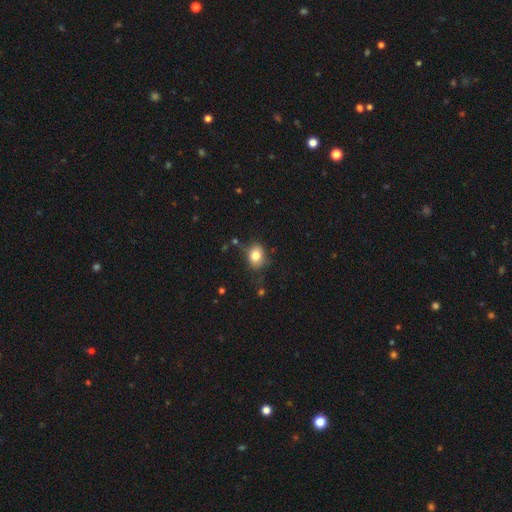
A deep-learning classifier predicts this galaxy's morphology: This is clearly a smooth galaxy (81%). How rounded: possibly in between (51%). Merging: likely none (70%).